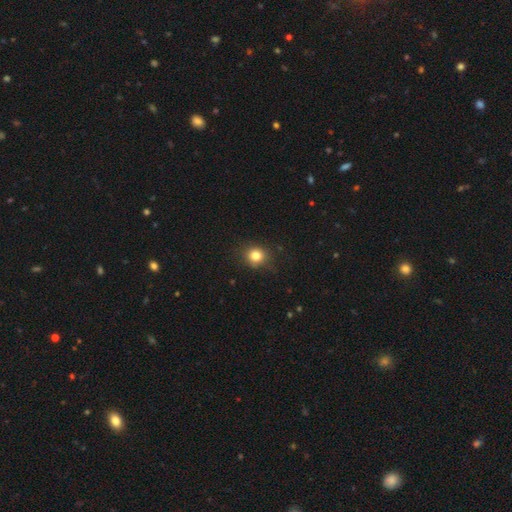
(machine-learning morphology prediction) Smooth or featured? smooth (82%)
How rounded? round (84%)
Merging? none (84%)